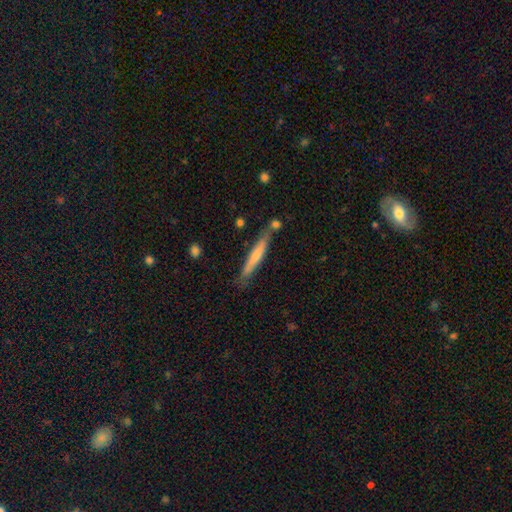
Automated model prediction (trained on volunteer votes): smooth_or_featured: smooth (p=0.57) [alt: featured or disk p=0.38]
how_rounded: cigar-shaped (p=0.94) [alt: in between p=0.05]
merging: none (p=0.75) [alt: minor disturbance p=0.16]